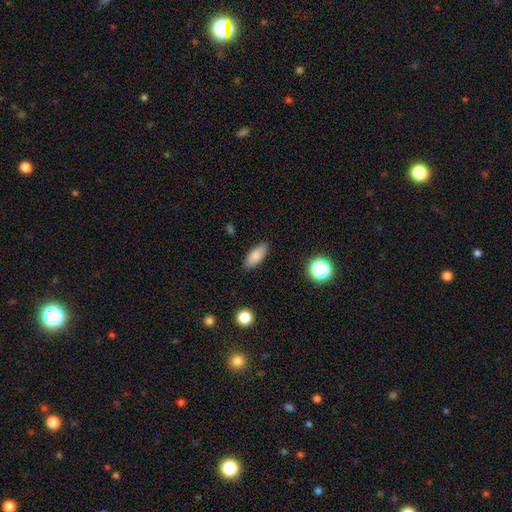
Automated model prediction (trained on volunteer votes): This is clearly a smooth galaxy (85%). How rounded: clearly in between (80%). Merging: clearly none (87%).